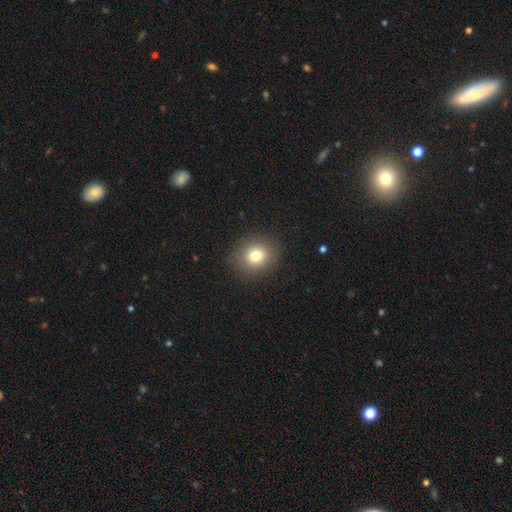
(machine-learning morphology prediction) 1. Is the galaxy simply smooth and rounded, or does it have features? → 78% smooth, 12% star or artifact, 10% featured or disk.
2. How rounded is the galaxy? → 80% round, 20% in between, 1% cigar-shaped.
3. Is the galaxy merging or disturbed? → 89% none, 7% minor disturbance, 3% major disturbance, 1% merger.